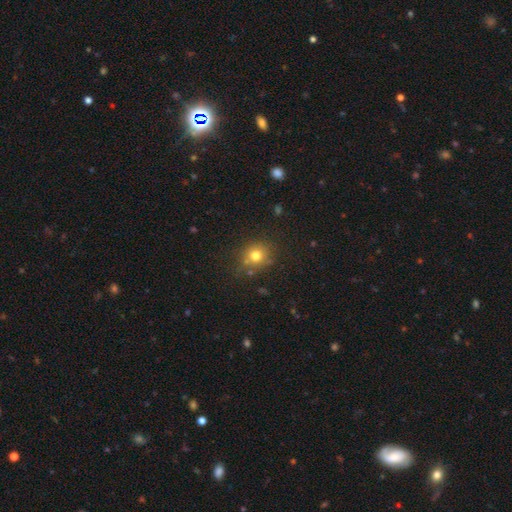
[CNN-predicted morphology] type=smooth (74%); roundness=round (84%); merging=none (77%).